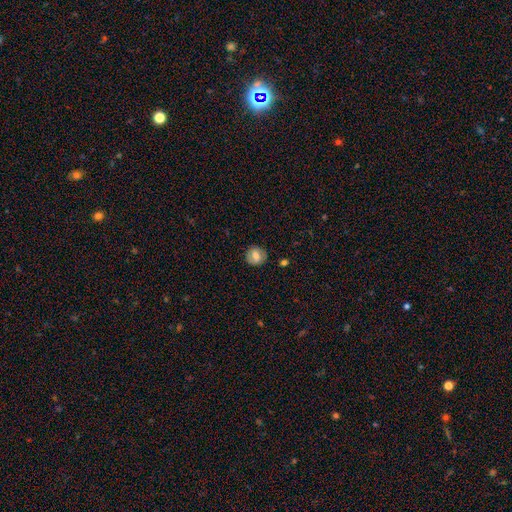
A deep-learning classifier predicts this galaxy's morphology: Q: Smooth or featured?
A: smooth (65%); runner-up: featured or disk (27%)
Q: How rounded?
A: round (84%); runner-up: in between (15%)
Q: Merging?
A: none (83%); runner-up: minor disturbance (12%)